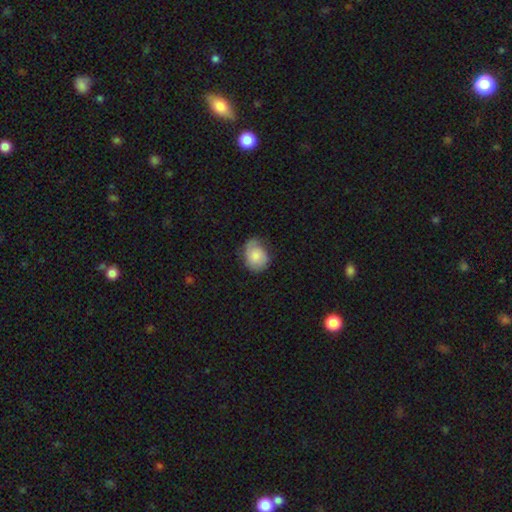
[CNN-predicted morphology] This is likely a smooth galaxy (74%). How rounded: possibly in between (54%). Merging: possibly none (54%).